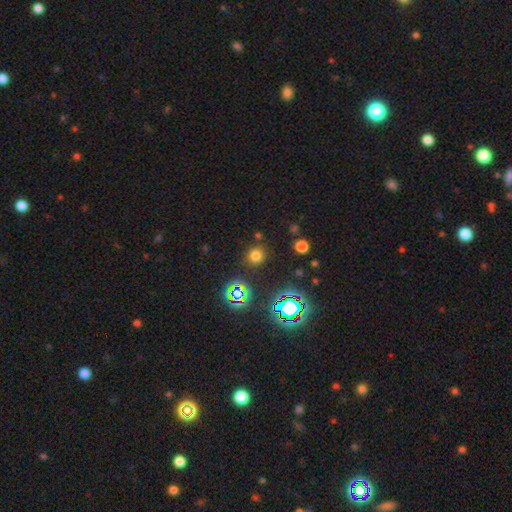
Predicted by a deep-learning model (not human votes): Smooth or featured? smooth (67%)
How rounded? round (91%)
Merging? none (86%)